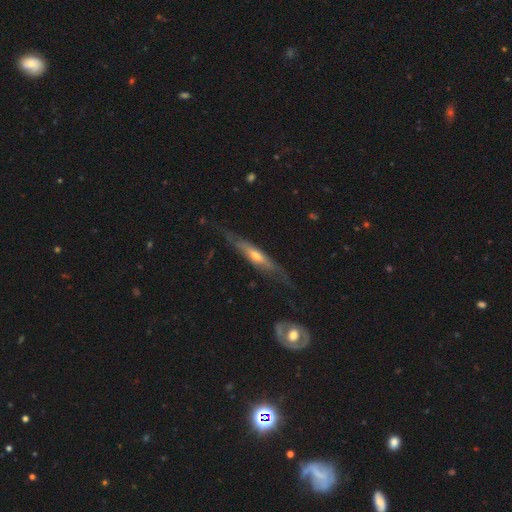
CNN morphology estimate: smooth_or_featured: featured or disk (p=0.69) [alt: smooth p=0.26]
disk_edge_on: yes (p=0.75) [alt: no p=0.25]
edge_on_bulge: rounded (p=0.72) [alt: none p=0.20]
merging: none (p=0.67) [alt: minor disturbance p=0.21]